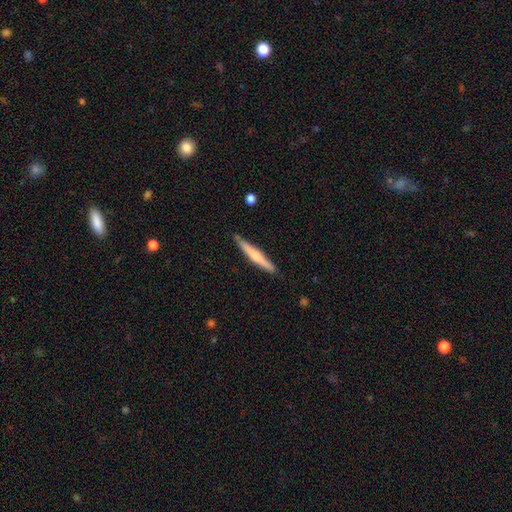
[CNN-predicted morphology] This appears to be a smooth galaxy with no disk features (50%). Merging: none (86%).